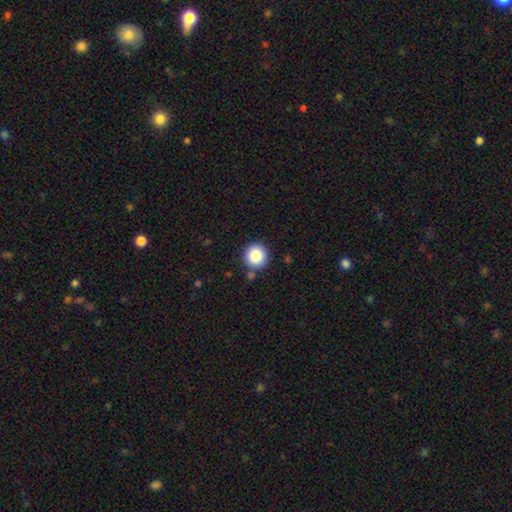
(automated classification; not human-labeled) Smooth or featured? smooth (86%)
How rounded? round (93%)
Merging? none (85%)